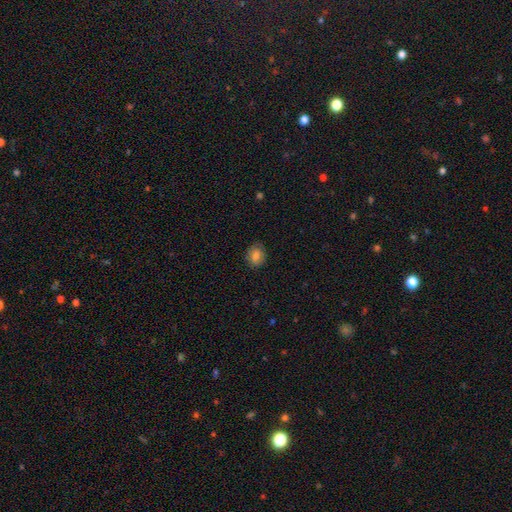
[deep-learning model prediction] A smooth galaxy with no disk features (82%) that is round (52%).

Vote fractions:
- Smooth or featured? smooth: 82% / star or artifact: 9% / featured or disk: 9%
- How rounded? round: 52% / in between: 47% / cigar-shaped: 1%
- Merging? none: 84% / minor disturbance: 13% / major disturbance: 3% / merger: 1%